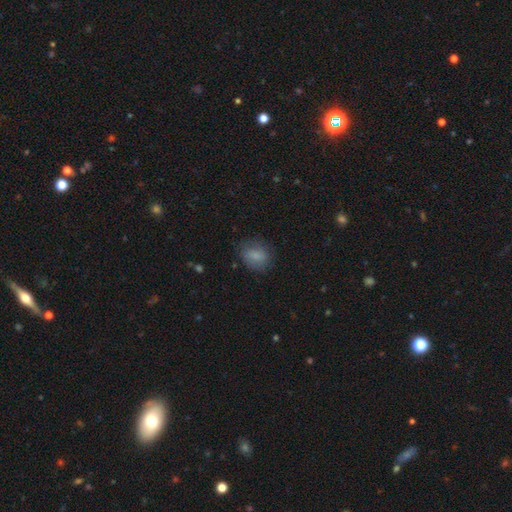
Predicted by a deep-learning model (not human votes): Smooth or featured? smooth (81%)
How rounded? in between (58%)
Merging? none (74%)